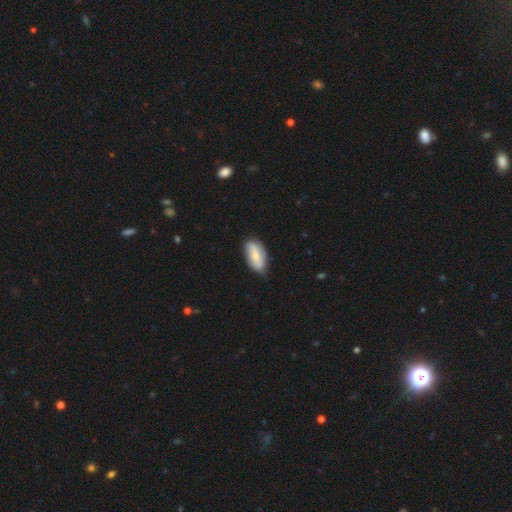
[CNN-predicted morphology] Overall: smooth (59%; featured or disk 35%). How rounded: in between (91%). Merging: none (79%).